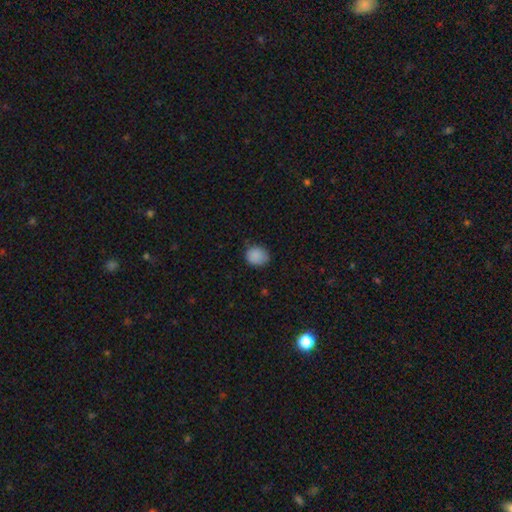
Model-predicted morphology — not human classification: The model was most divided on "how rounded": round: 71%, in between: 29%, cigar-shaped: 1%. More confident: smooth or featured — smooth (87%); merging — none (72%).